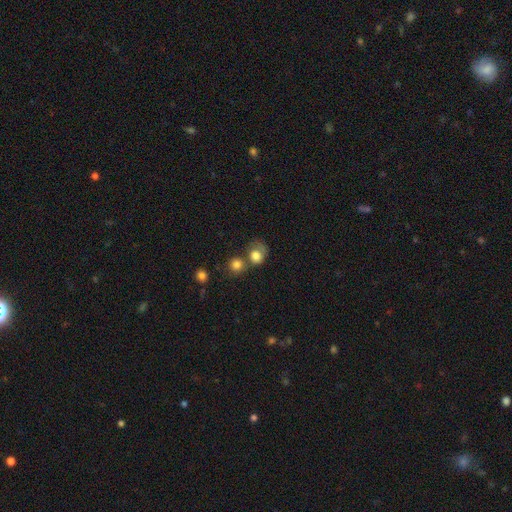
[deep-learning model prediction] Smooth or featured: smooth — 78% (featured or disk — 12%)
How rounded: round — 70% (in between — 29%)
Merging: merger — 36% (none — 35%)